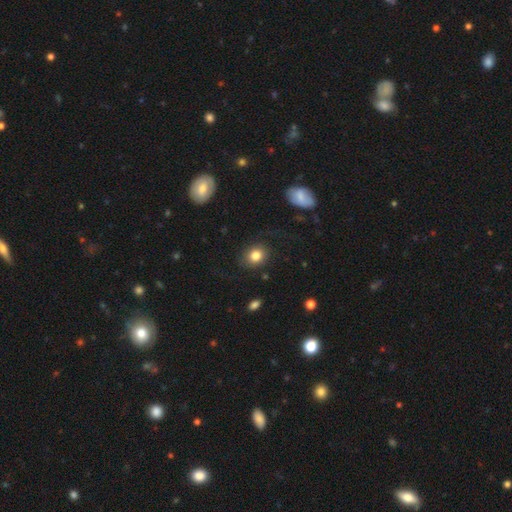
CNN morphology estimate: Smooth or featured: smooth — 83% (star or artifact — 10%)
How rounded: round — 64% (in between — 35%)
Merging: none — 82% (minor disturbance — 12%)